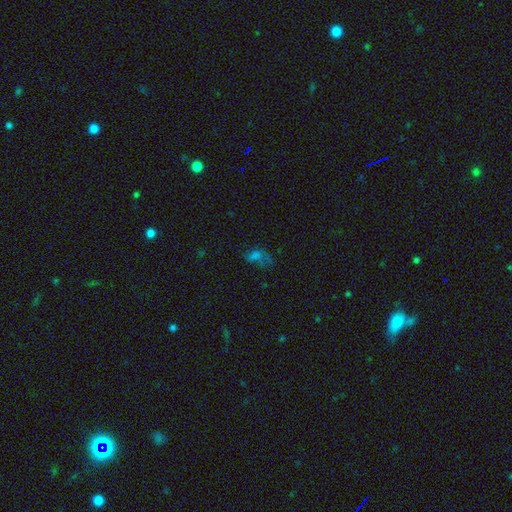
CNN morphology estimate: Smooth or featured? smooth (47%)
Merging? major disturbance (37%)